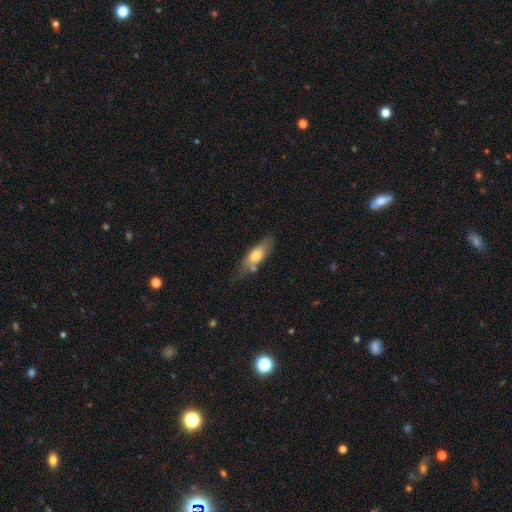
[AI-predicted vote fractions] smooth 67%, featured or disk 27%, star or artifact 6%. Down the decision tree: how rounded — in between (61%); merging — none (58%).